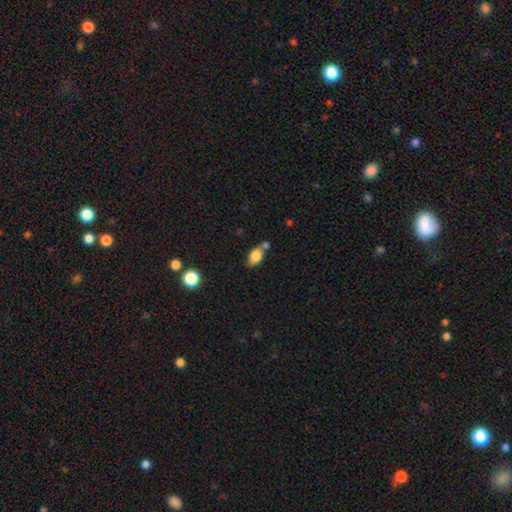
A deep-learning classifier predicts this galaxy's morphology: Overall: smooth (82%). How rounded: in between (84%). Merging: none (51%; merger 27%).